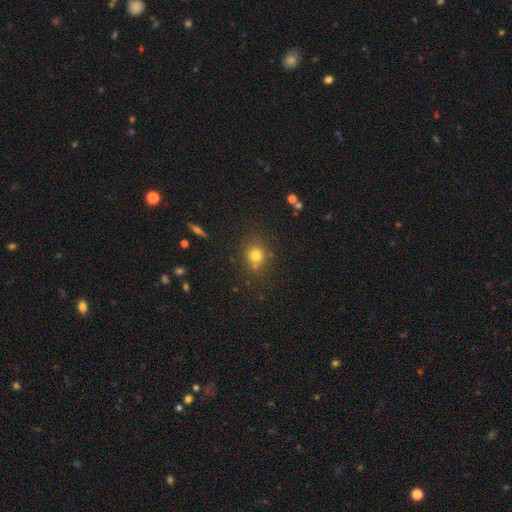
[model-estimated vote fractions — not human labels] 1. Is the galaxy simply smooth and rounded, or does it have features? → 75% smooth, 16% star or artifact, 9% featured or disk.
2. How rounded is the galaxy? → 80% round, 19% in between, 1% cigar-shaped.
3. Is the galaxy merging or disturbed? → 76% none, 12% minor disturbance, 8% merger, 4% major disturbance.